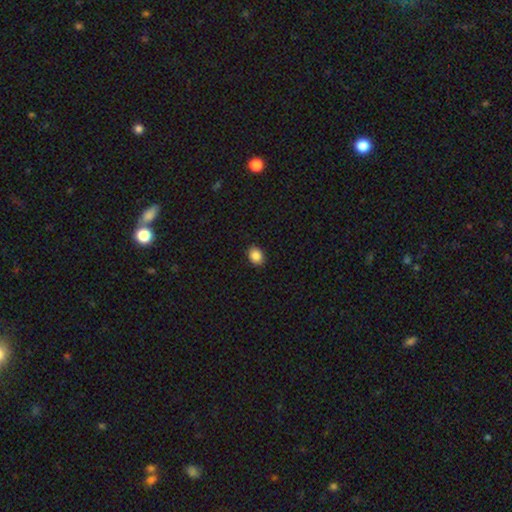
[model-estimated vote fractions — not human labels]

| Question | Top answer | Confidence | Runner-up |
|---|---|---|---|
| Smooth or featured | smooth | 88% | star or artifact (9%) |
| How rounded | in between | 52% | round (47%) |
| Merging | none | 91% | minor disturbance (7%) |